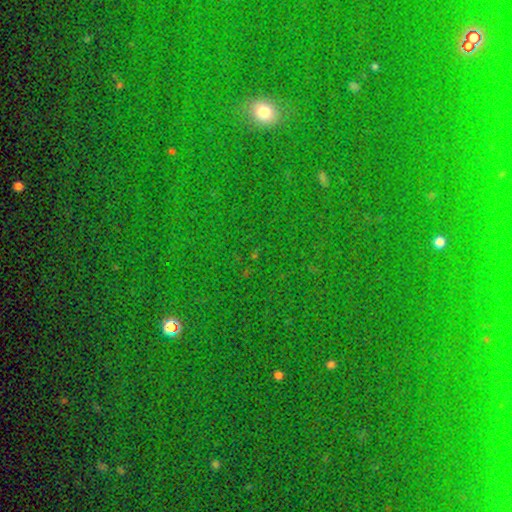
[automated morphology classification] star or artifact 70%, smooth 21%, featured or disk 8%.